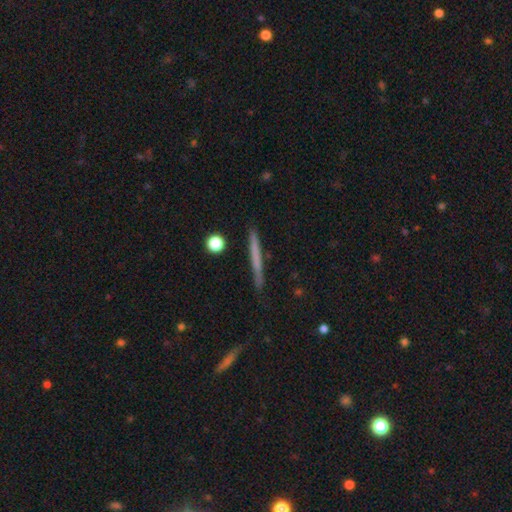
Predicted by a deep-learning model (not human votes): smooth-or-featured: smooth: 54% | featured or disk: 39% | star or artifact: 7%
  how-rounded: cigar-shaped: 96% | round: 2% | in between: 2%
  merging: none: 89% | minor disturbance: 8% | major disturbance: 2% | merger: 2%